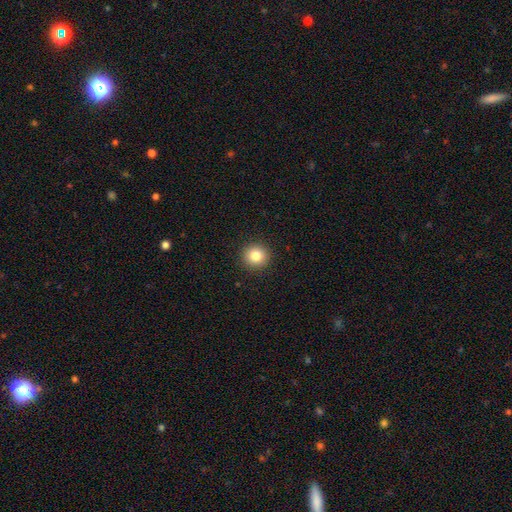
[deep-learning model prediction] Overall: smooth (83%). How rounded: round (92%). Merging: none (92%).